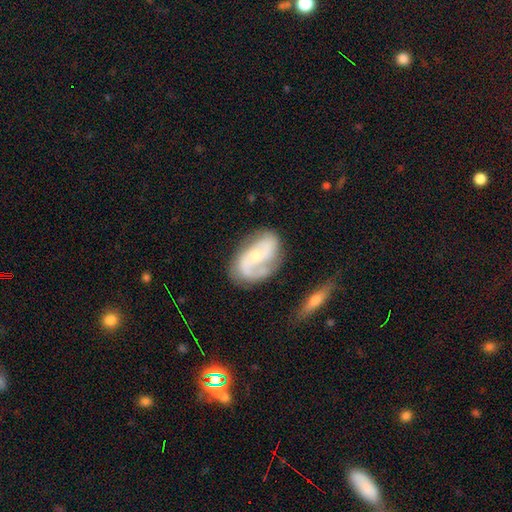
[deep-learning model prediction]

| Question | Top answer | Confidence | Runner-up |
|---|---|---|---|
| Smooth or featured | featured or disk | 78% | smooth (16%) |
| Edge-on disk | no | 96% | yes (4%) |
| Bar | no | 57% | weak (31%) |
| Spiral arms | yes | 92% | no (8%) |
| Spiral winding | medium | 44% | tight (28%) |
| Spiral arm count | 2 | 76% | can't tell (9%) |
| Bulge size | small | 55% | moderate (39%) |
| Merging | none | 65% | minor disturbance (21%) |